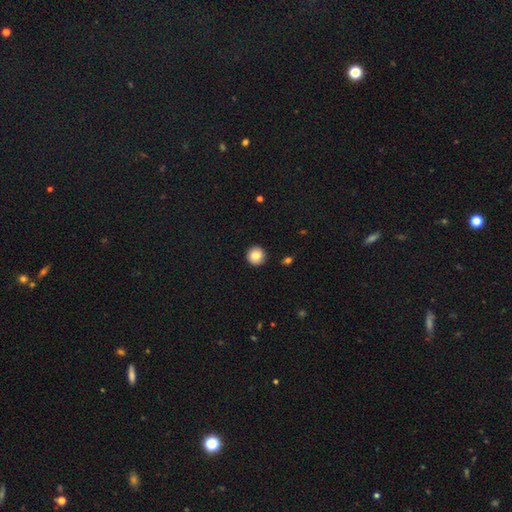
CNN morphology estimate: This is clearly a smooth galaxy (85%). How rounded: clearly round (95%). Merging: clearly none (92%).